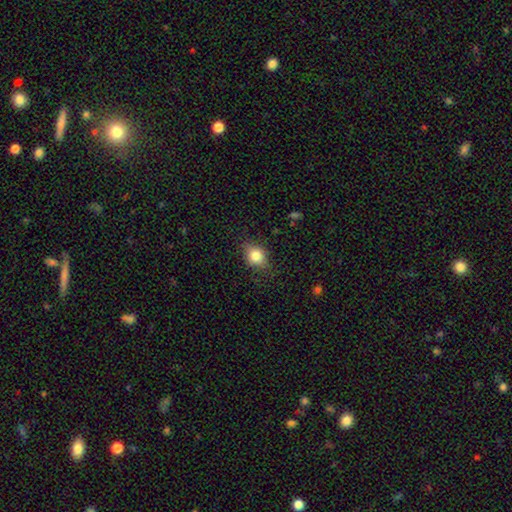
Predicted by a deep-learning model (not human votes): Smooth or featured? Predicted: smooth (p=0.79). How rounded? Predicted: in between (p=0.54). Merging? Predicted: none (p=0.78).